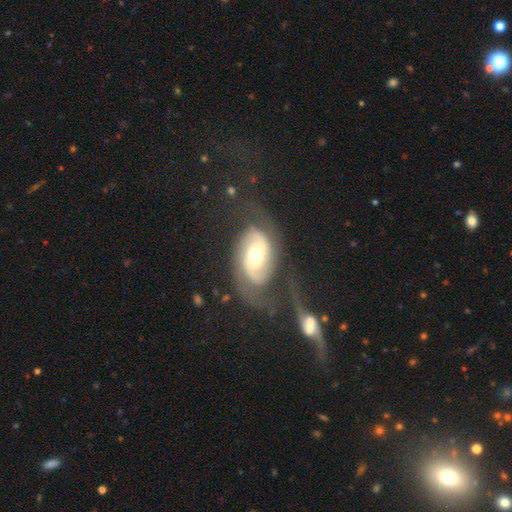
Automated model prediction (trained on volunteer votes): Smooth or featured? featured or disk (79%)
Edge-on disk? no (96%)
Bar? no (56%)
Spiral arms? yes (89%)
Spiral winding? medium (41%)
Spiral arm count? 2 (85%)
Bulge size? moderate (72%)
Merging? none (48%)